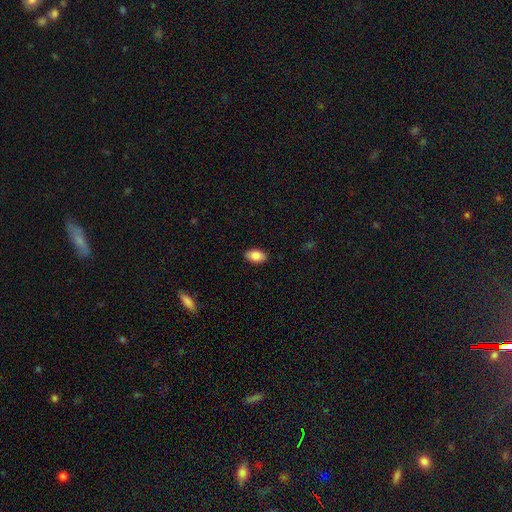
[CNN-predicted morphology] Smooth or featured? smooth (86%)
How rounded? in between (92%)
Merging? none (89%)